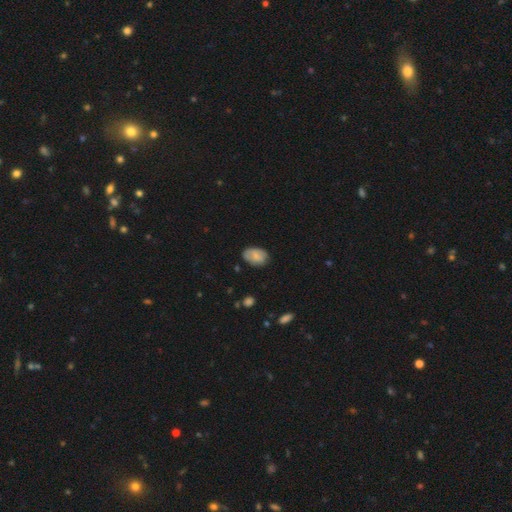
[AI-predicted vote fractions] Smooth or featured?
  - smooth: 73% *
  - featured or disk: 20%
  - star or artifact: 7%
How rounded?
  - in between: 86% *
  - round: 13%
  - cigar-shaped: 1%
Merging?
  - none: 71% *
  - minor disturbance: 23%
  - major disturbance: 5%
  - merger: 2%